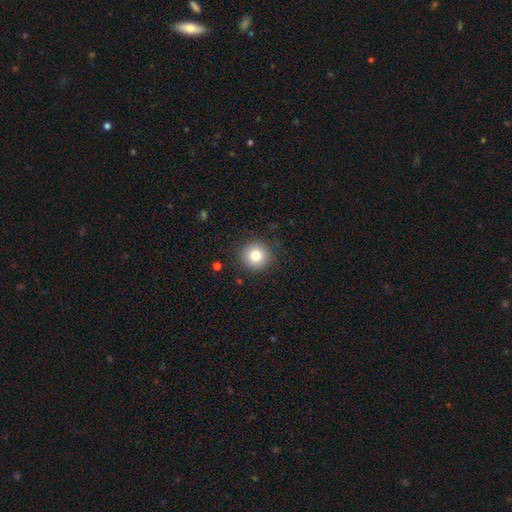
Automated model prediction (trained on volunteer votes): Morphology: type=smooth (80%); roundness=round (95%); merging=none (89%).